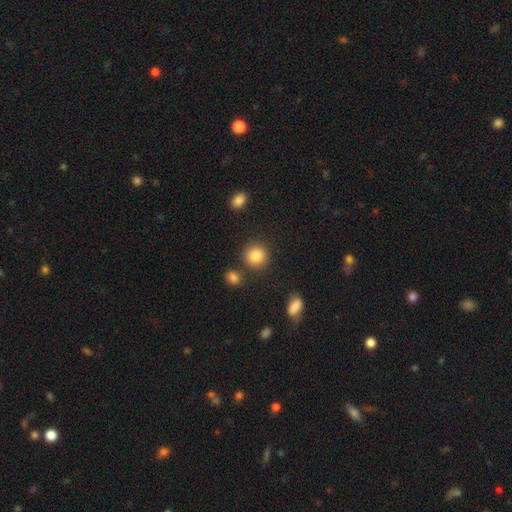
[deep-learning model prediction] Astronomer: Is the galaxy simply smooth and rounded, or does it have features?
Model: smooth — 86%.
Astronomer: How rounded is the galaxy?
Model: round — 87%.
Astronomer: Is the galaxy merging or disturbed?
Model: none — 82%.